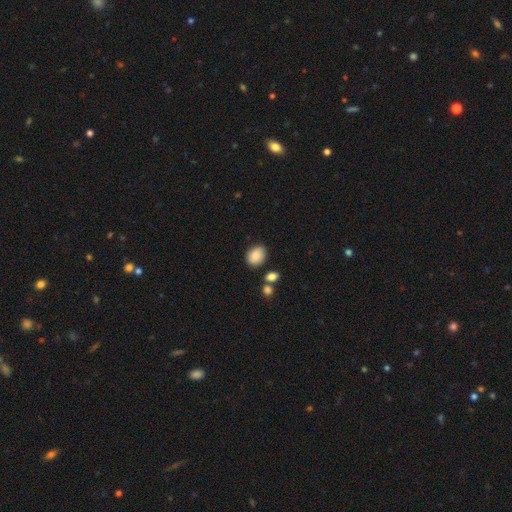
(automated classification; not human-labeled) Smooth or featured? smooth (85%)
How rounded? in between (58%)
Merging? none (78%)